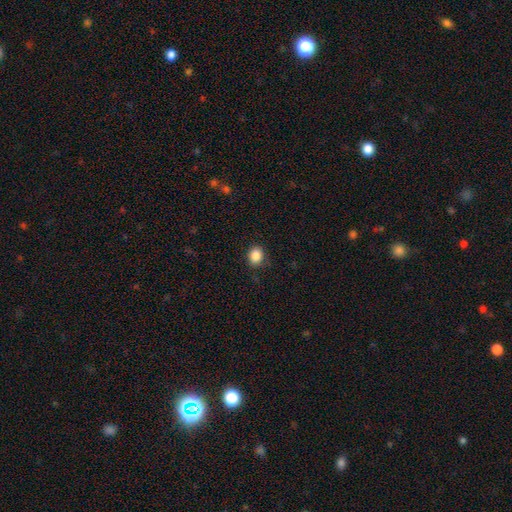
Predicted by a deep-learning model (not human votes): This appears to be a smooth galaxy with no disk features (87%) that is round (62%). Merging: none (86%).